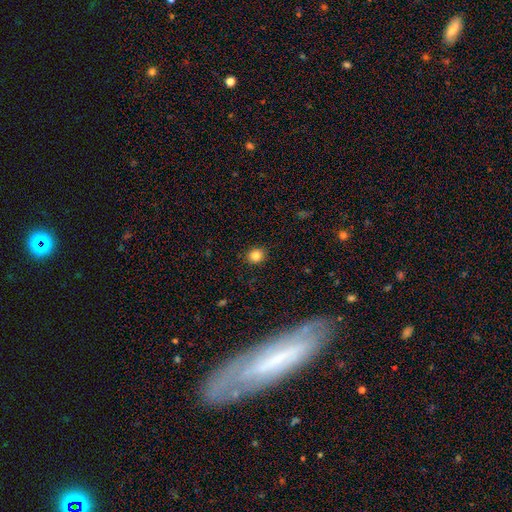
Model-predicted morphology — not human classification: Smooth or featured? smooth (83%)
How rounded? round (85%)
Merging? none (91%)